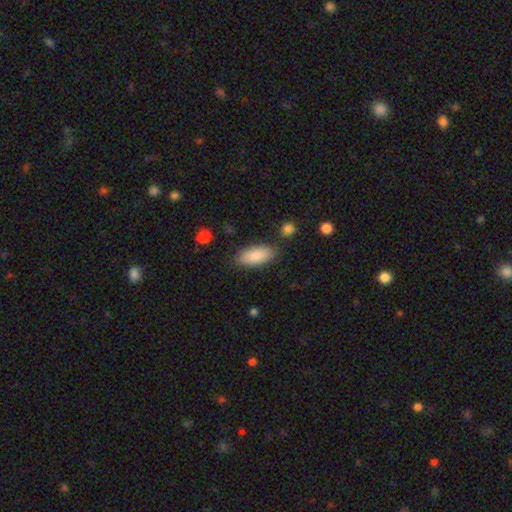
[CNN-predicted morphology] The model was most divided on "merging": none: 83%, minor disturbance: 11%, merger: 3%, major disturbance: 3%. More confident: smooth or featured — smooth (88%); how rounded — in between (85%).